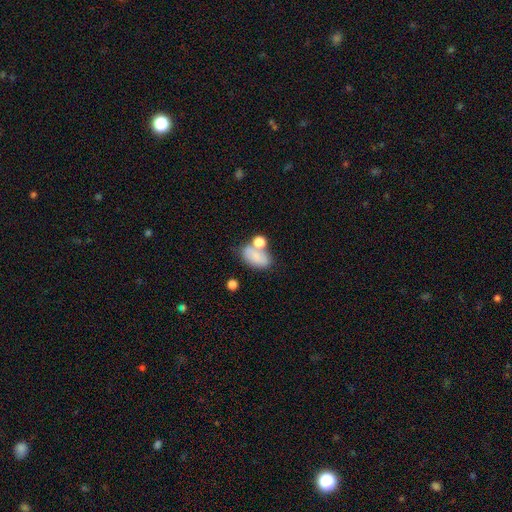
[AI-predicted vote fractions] Smooth or featured?
  - smooth: 76% *
  - featured or disk: 14%
  - star or artifact: 10%
How rounded?
  - in between: 86% *
  - round: 12%
  - cigar-shaped: 2%
Merging?
  - none: 42% *
  - merger: 30%
  - minor disturbance: 18%
  - major disturbance: 9%